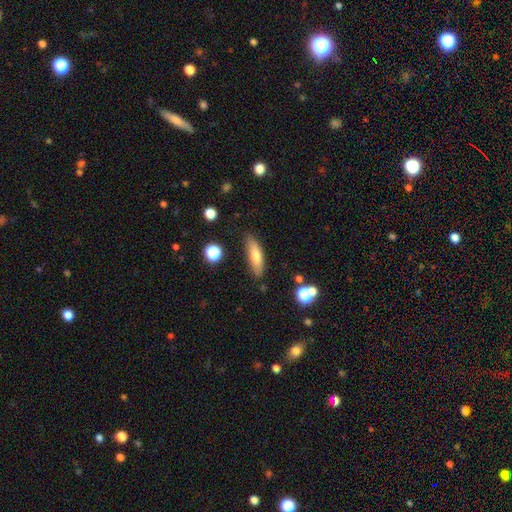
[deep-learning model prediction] A smooth galaxy with no disk features (68%) that is cigar-shaped (59%).

Vote fractions:
- Smooth or featured? smooth: 68% / featured or disk: 25% / star or artifact: 8%
- How rounded? cigar-shaped: 59% / in between: 39% / round: 3%
- Merging? none: 82% / minor disturbance: 12% / merger: 3% / major disturbance: 3%